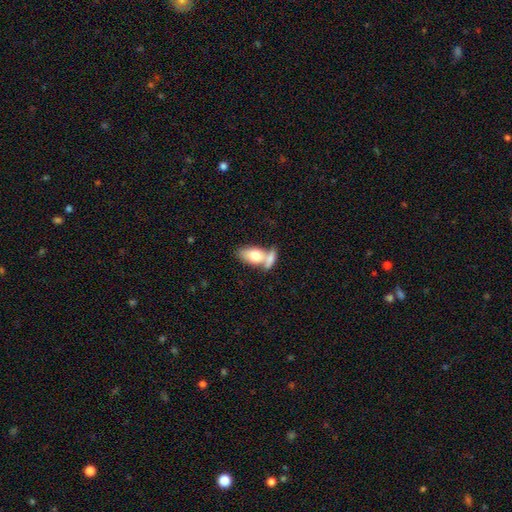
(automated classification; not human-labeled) smooth 74%, featured or disk 20%, star or artifact 6%. Down the decision tree: how rounded — in between (89%); merging — merger (56%).